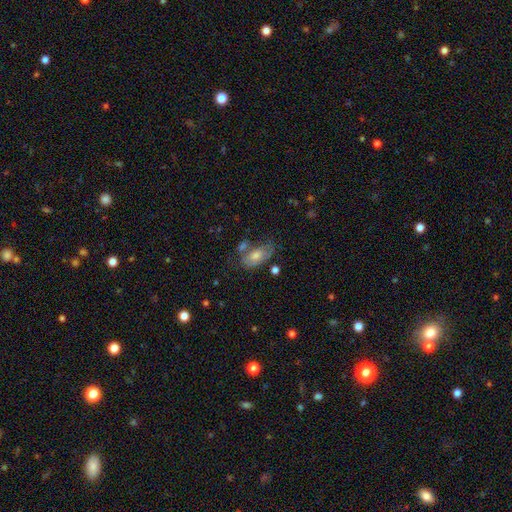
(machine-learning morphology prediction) This is possibly a smooth galaxy (59%). How rounded: clearly in between (89%). Merging: possibly none (49%).